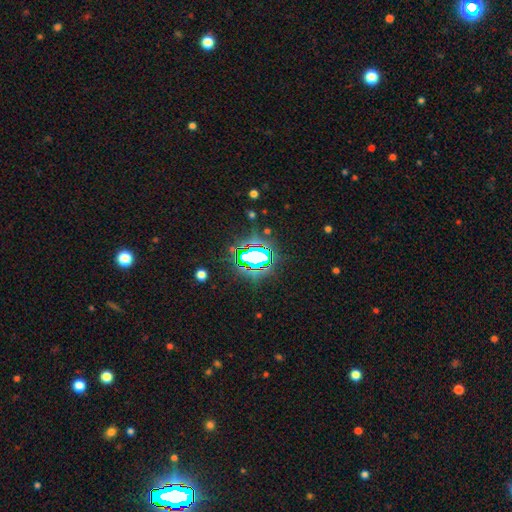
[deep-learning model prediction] smooth-or-featured: star or artifact: 69% | smooth: 19% | featured or disk: 12%